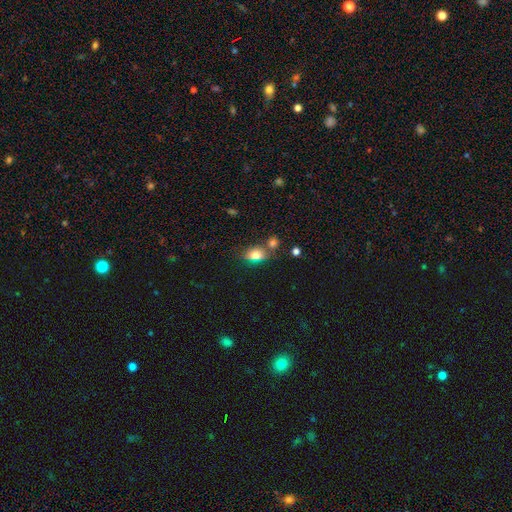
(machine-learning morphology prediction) A smooth galaxy with no disk features (76%) that is in between round and cigar-shaped (74%). Merging: none (57%).